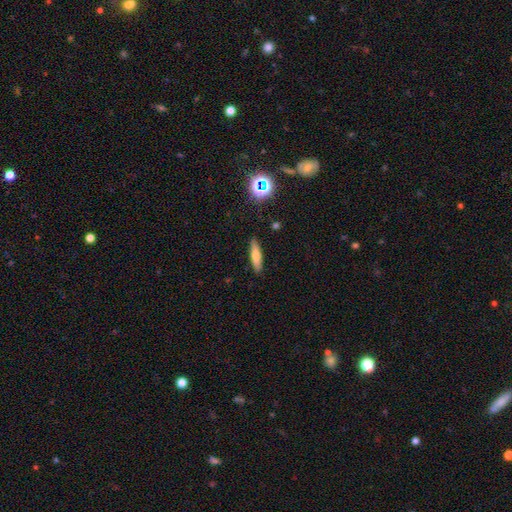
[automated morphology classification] This is likely a smooth galaxy (65%). How rounded: likely cigar-shaped (73%). Merging: clearly none (89%).